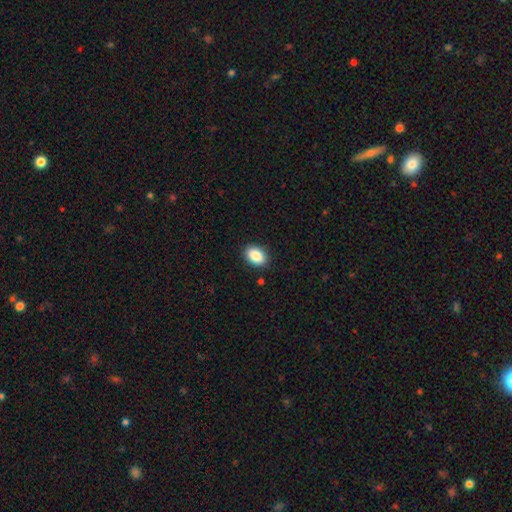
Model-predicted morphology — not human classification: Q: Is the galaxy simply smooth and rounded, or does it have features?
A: smooth — 88%.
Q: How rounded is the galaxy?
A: in between — 82%.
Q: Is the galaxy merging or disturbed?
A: none — 89%.